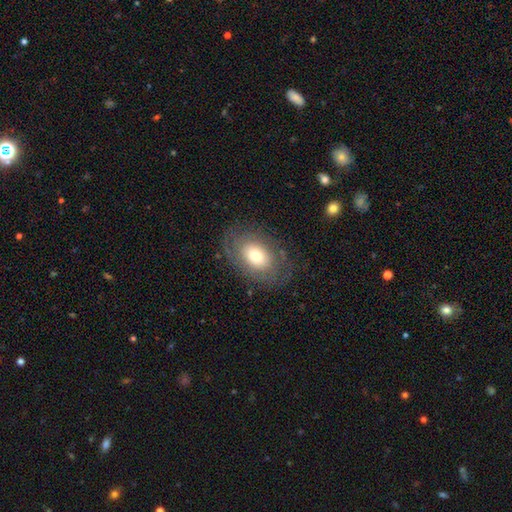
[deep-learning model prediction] Smooth or featured? smooth (55%)
How rounded? in between (81%)
Merging? none (75%)